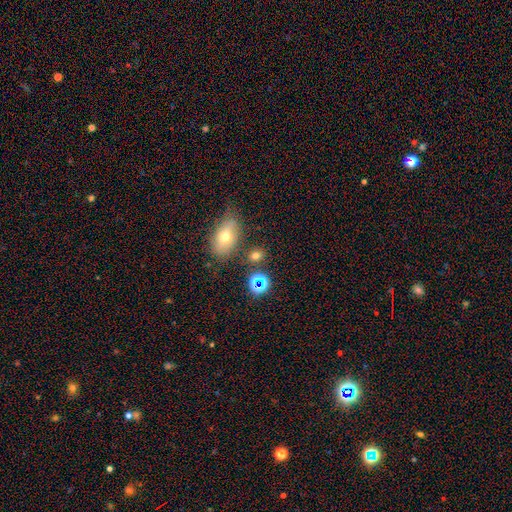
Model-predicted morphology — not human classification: Smooth or featured? Predicted: smooth (p=0.66). How rounded? Predicted: in between (p=0.50). Merging? Predicted: none (p=0.75).